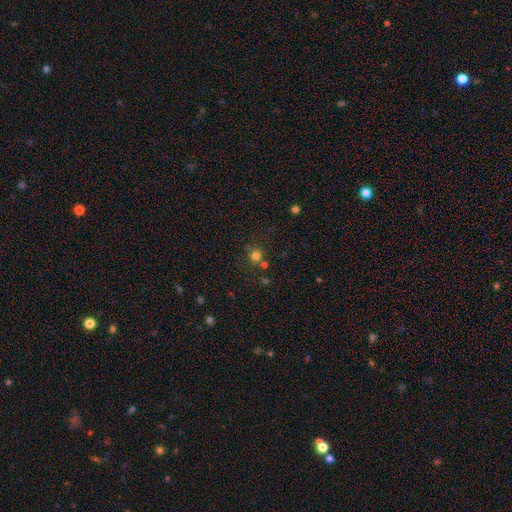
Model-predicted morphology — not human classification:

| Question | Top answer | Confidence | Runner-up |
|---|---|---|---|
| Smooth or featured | smooth | 74% | star or artifact (19%) |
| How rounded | round | 89% | in between (10%) |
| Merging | none | 71% | merger (15%) |